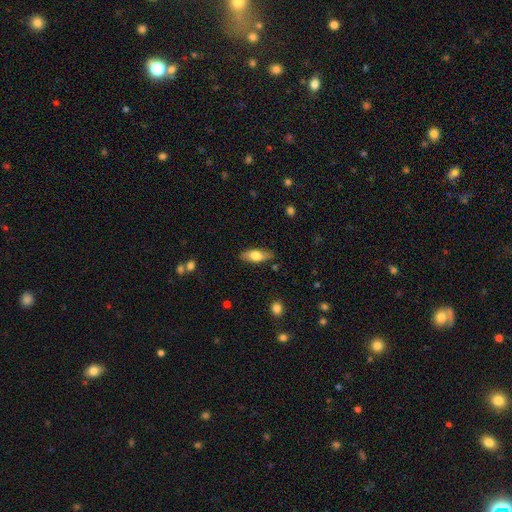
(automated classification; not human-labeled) This appears to be a smooth galaxy with no disk features (64%) that is in between round and cigar-shaped (71%). Merging: none (84%).